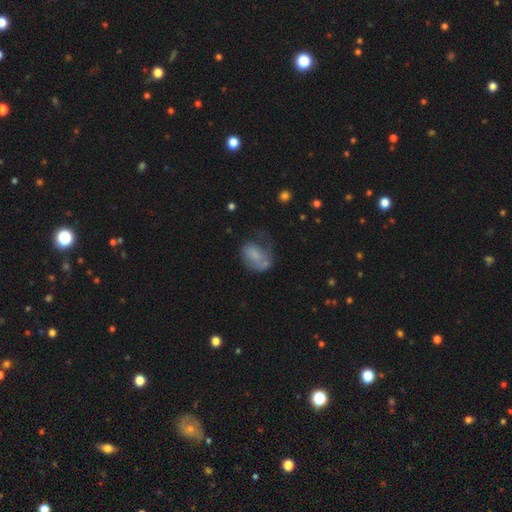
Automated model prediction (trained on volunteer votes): smooth-or-featured: smooth: 54% | featured or disk: 36% | star or artifact: 10%
  how-rounded: in between: 73% | round: 25% | cigar-shaped: 2%
  merging: major disturbance: 38% | none: 30% | minor disturbance: 24% | merger: 7%